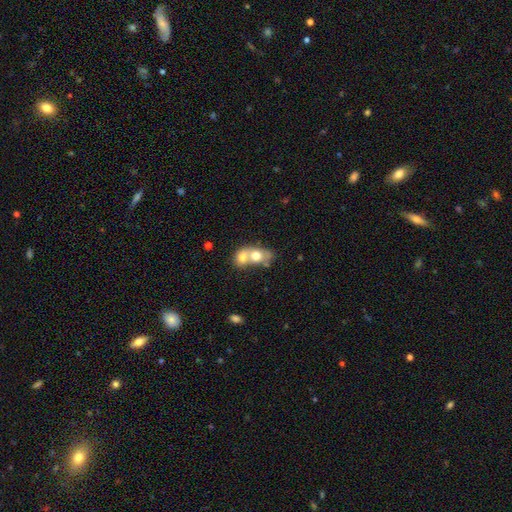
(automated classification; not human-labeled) Smooth or featured: smooth — 65% (featured or disk — 28%)
How rounded: in between — 60% (round — 38%)
Merging: merger — 75% (none — 16%)